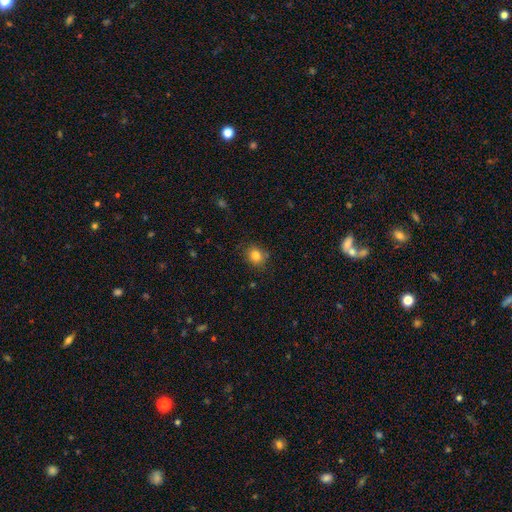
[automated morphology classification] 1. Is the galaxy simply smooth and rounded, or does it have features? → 82% smooth, 12% star or artifact, 7% featured or disk.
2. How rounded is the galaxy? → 70% round, 29% in between, 1% cigar-shaped.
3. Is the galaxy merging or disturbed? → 82% none, 12% minor disturbance, 3% major disturbance, 2% merger.